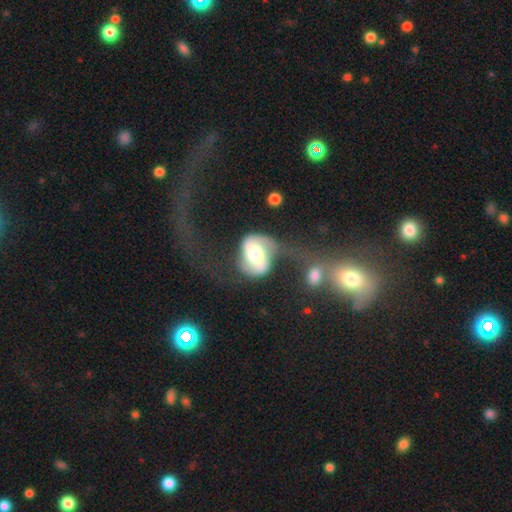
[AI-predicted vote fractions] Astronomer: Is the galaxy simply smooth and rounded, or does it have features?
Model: featured or disk — 66%.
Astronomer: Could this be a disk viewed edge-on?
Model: no — 96%.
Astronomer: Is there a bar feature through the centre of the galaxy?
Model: no — 40% (runner-up: weak, 36%).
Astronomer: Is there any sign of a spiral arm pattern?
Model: yes — 80%.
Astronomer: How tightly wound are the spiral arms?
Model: loose — 51% (runner-up: medium, 35%).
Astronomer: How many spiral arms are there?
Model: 2 — 86%.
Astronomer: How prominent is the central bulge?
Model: moderate — 56%.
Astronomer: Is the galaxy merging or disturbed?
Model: none — 33% (runner-up: major disturbance, 30%).